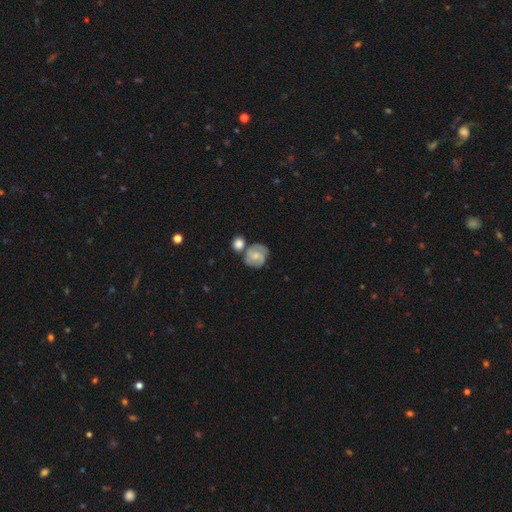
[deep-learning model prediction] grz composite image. It shows a featured or disk galaxy (57%) with no bar (52%), spiral arms (84%) and a moderate central bulge (47%). Merging: none (53%).